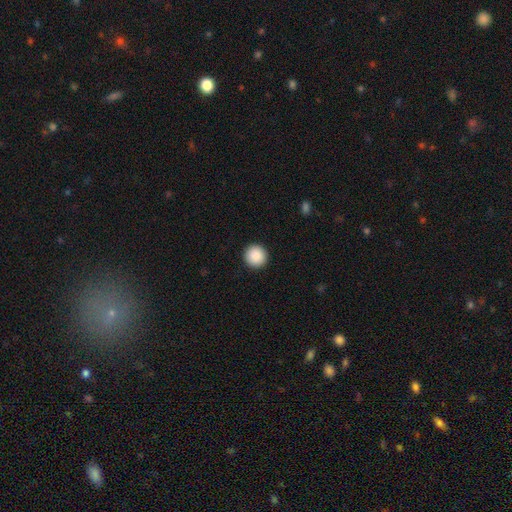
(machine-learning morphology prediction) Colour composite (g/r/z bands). It shows a smooth galaxy with no disk features (89%) that is round (96%). Merging: none (93%).